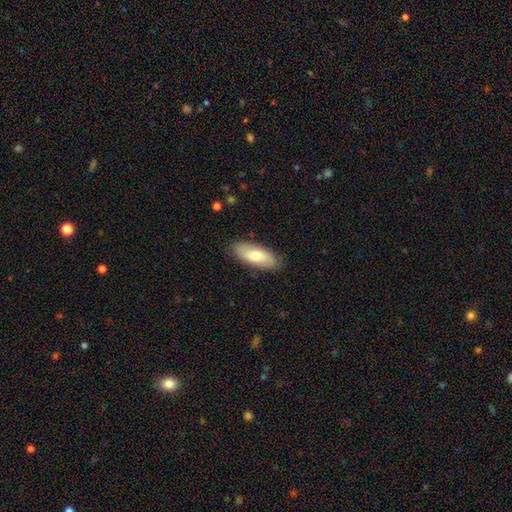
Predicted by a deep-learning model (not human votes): A smooth galaxy with no disk features (66%) that is in between round and cigar-shaped (81%). Merging: none (85%).